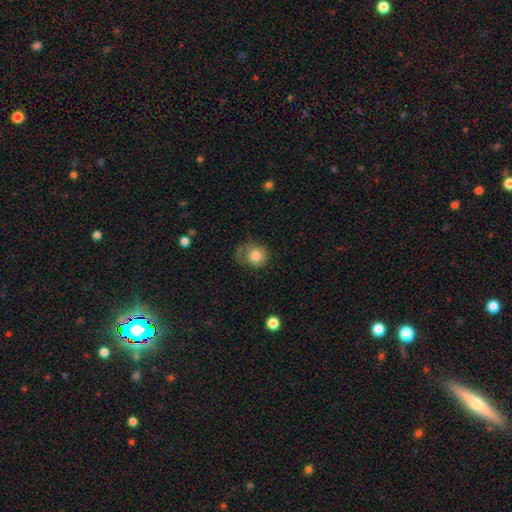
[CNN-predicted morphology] Smooth or featured? Predicted: smooth (p=0.78). How rounded? Predicted: round (p=0.71). Merging? Predicted: none (p=0.42).